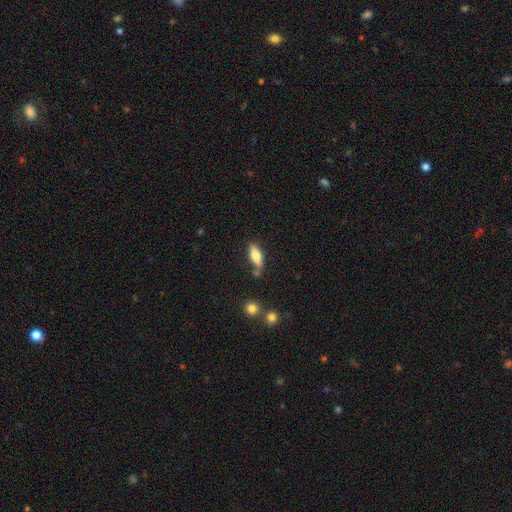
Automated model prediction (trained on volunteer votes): Morphology: type=smooth (66%); roundness=in between (57%); merging=none (72%).